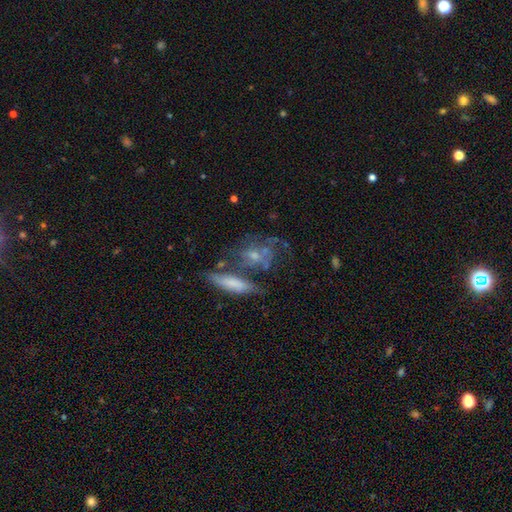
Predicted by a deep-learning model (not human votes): Morphology: type=featured or disk (55%); edge-on=no (81%); merging=none (39%).